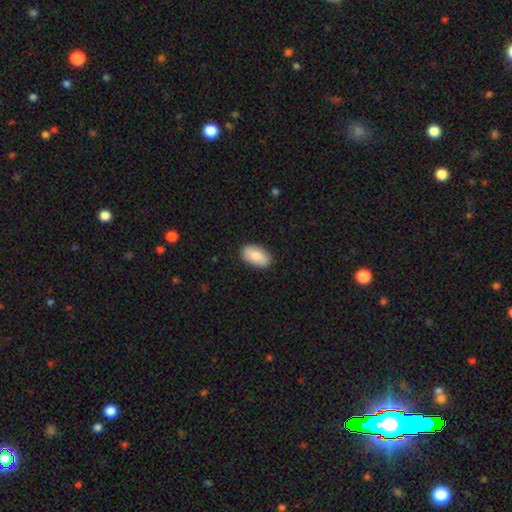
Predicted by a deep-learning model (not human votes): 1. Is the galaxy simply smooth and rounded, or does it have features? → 85% smooth, 9% featured or disk, 6% star or artifact.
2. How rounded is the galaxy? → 94% in between, 4% round, 2% cigar-shaped.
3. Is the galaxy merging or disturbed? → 87% none, 10% minor disturbance, 2% major disturbance, 1% merger.